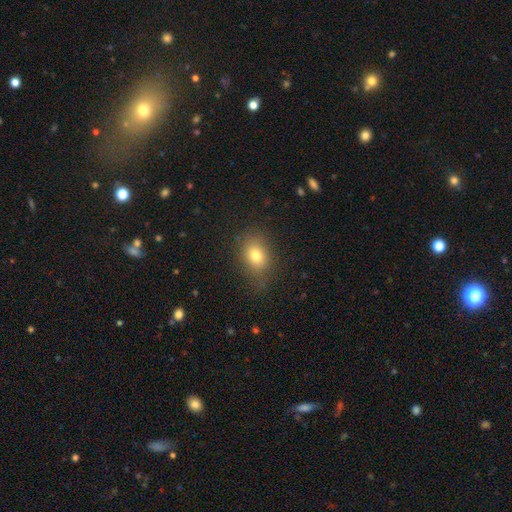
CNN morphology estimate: smooth_or_featured: smooth (p=0.78) [alt: star or artifact p=0.11]
how_rounded: in between (p=0.67) [alt: round p=0.31]
merging: none (p=0.75) [alt: minor disturbance p=0.17]